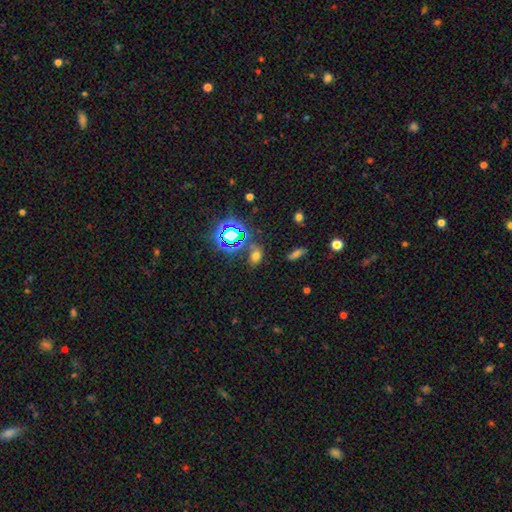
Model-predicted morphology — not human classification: smooth-or-featured: smooth: 52% | star or artifact: 38% | featured or disk: 10%
  how-rounded: in between: 74% | round: 23% | cigar-shaped: 3%
  merging: none: 68% | minor disturbance: 16% | merger: 9% | major disturbance: 7%